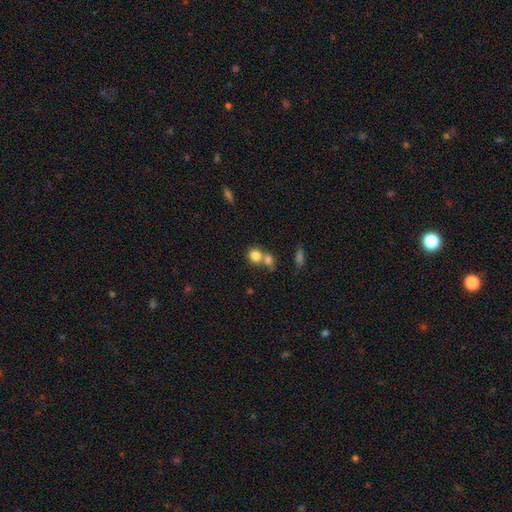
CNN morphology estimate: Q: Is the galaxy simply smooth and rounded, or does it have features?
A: smooth — 81%.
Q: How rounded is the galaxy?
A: round — 77%.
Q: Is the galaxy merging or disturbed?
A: merger — 48%.